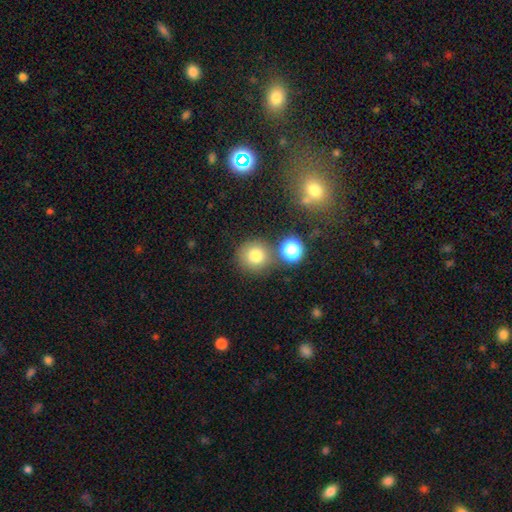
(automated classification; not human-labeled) smooth_or_featured: smooth (p=0.78) [alt: star or artifact p=0.14]
how_rounded: round (p=0.92) [alt: in between p=0.07]
merging: none (p=0.75) [alt: merger p=0.11]